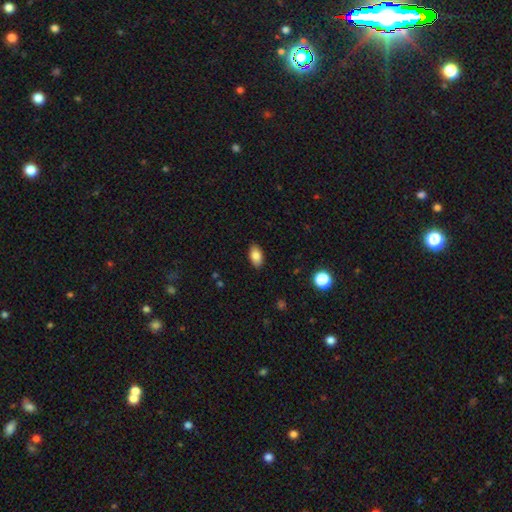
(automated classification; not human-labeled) smooth-or-featured: smooth: 84% | featured or disk: 8% | star or artifact: 8%
  how-rounded: in between: 92% | round: 6% | cigar-shaped: 2%
  merging: none: 88% | minor disturbance: 9% | major disturbance: 2% | merger: 1%